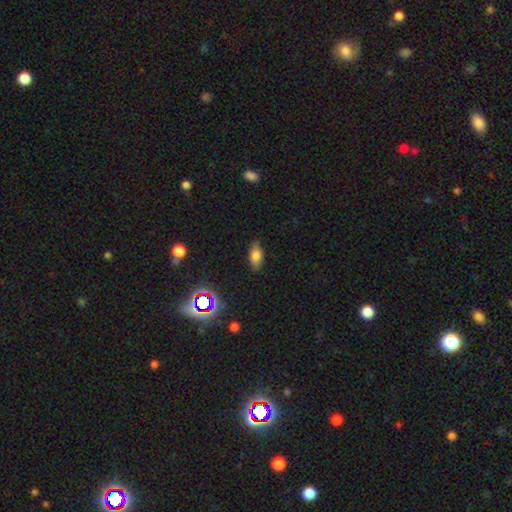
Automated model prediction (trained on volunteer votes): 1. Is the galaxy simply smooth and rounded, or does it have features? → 76% smooth, 13% star or artifact, 10% featured or disk.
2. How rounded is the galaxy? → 87% in between, 9% cigar-shaped, 4% round.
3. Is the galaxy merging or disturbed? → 83% none, 13% minor disturbance, 3% major disturbance, 1% merger.